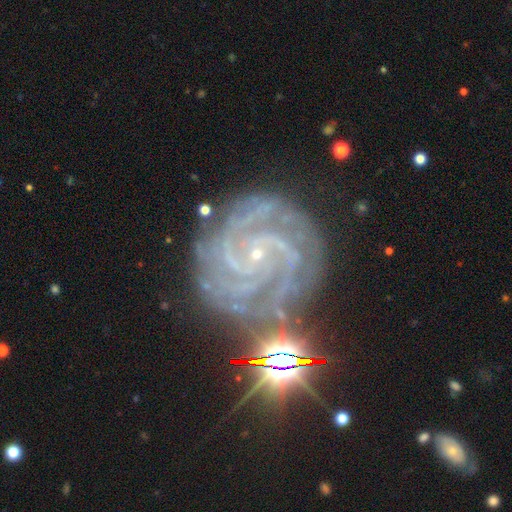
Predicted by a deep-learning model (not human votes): A featured or disk galaxy (90%) with no bar (59%), 3 (27%) tight (77%) spiral arms (99%) and a small central bulge (90%).

Vote fractions:
- Smooth or featured? featured or disk: 90% / star or artifact: 7% / smooth: 3%
- Edge-on disk? no: 98% / yes: 2%
- Bar? no: 59% / weak: 26% / strong: 15%
- Spiral arms? yes: 99% / no: 1%
- Spiral winding? tight: 77% / medium: 20% / loose: 2%
- Spiral arm count? 3: 27% / 2: 23% / 4: 21% / can't tell: 12% / more than 4: 10% / 1: 8%
- Bulge size? small: 90% / moderate: 6% / none: 3% / large: 1% / dominant: 1%
- Merging? none: 76% / minor disturbance: 16% / major disturbance: 5% / merger: 4%